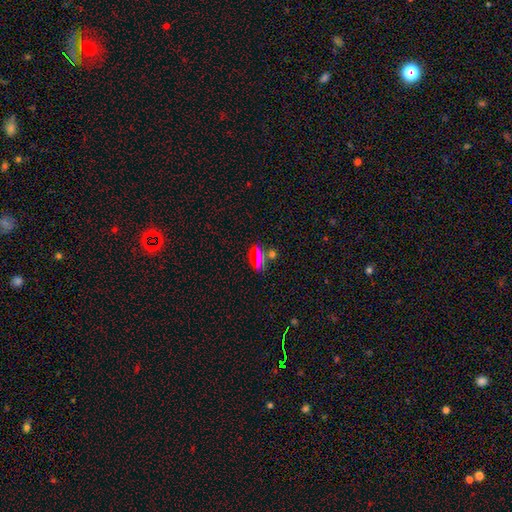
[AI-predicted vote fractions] Smooth or featured? Predicted: smooth (p=0.64). How rounded? Predicted: in between (p=0.64). Merging? Predicted: none (p=0.77).